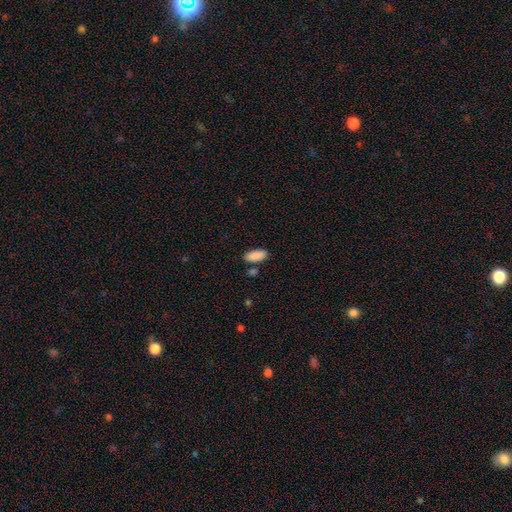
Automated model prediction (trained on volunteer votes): Smooth or featured? Predicted: smooth (p=0.90). How rounded? Predicted: in between (p=0.87). Merging? Predicted: none (p=0.80).